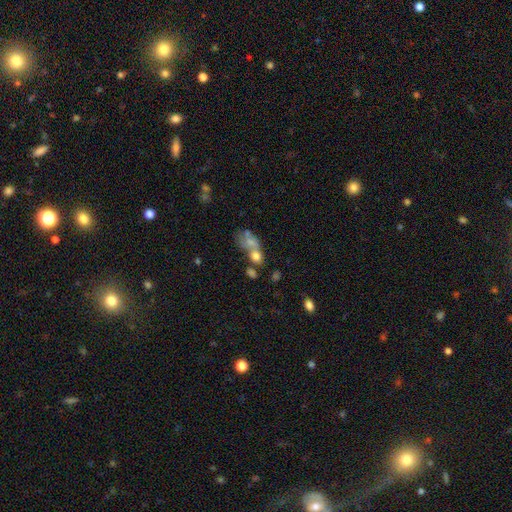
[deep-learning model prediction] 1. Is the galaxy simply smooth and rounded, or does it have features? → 63% smooth, 24% featured or disk, 14% star or artifact.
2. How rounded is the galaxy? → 66% in between, 30% round, 3% cigar-shaped.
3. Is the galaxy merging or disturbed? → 55% merger, 23% none, 12% major disturbance, 11% minor disturbance.